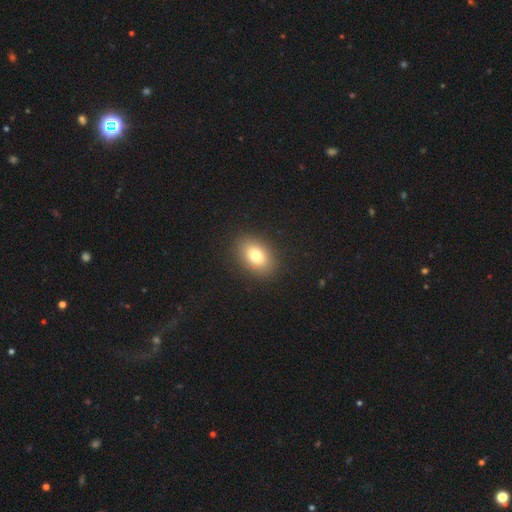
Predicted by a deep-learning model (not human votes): smooth_or_featured: smooth (p=0.78) [alt: featured or disk p=0.12]
how_rounded: in between (p=0.82) [alt: round p=0.17]
merging: none (p=0.89) [alt: minor disturbance p=0.07]